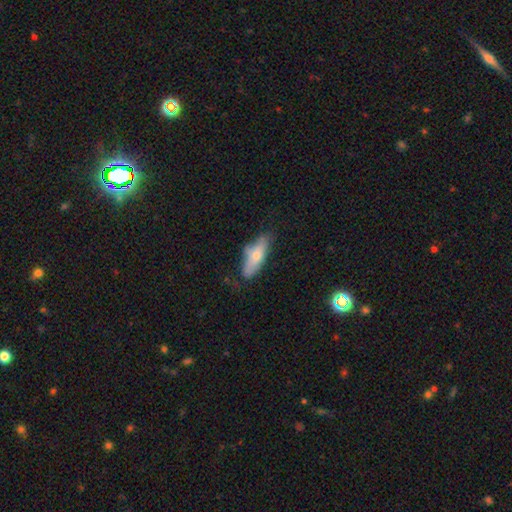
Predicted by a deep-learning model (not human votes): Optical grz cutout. It shows a smooth galaxy with no disk features (68%) that is in between round and cigar-shaped (63%). Merging: none (54%).